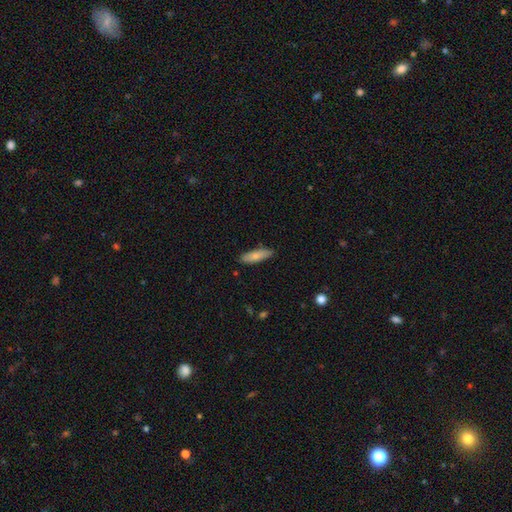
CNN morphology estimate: A smooth galaxy with no disk features (76%) that is cigar-shaped (57%). Merging: none (86%).